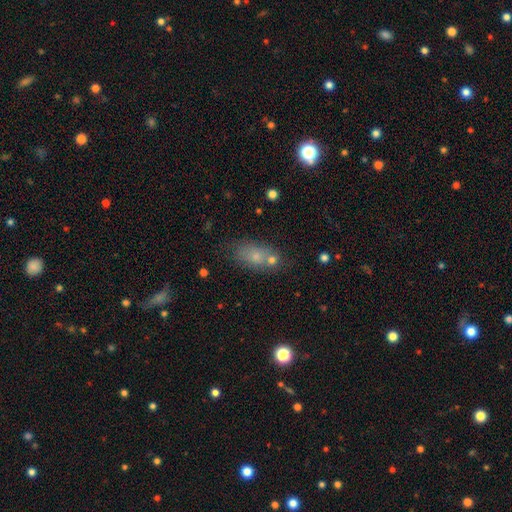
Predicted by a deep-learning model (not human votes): A smooth galaxy with no disk features (71%) that is in between round and cigar-shaped (81%).

Vote fractions:
- Smooth or featured? smooth: 71% / featured or disk: 15% / star or artifact: 14%
- How rounded? in between: 81% / round: 13% / cigar-shaped: 6%
- Merging? none: 58% / merger: 21% / minor disturbance: 15% / major disturbance: 6%